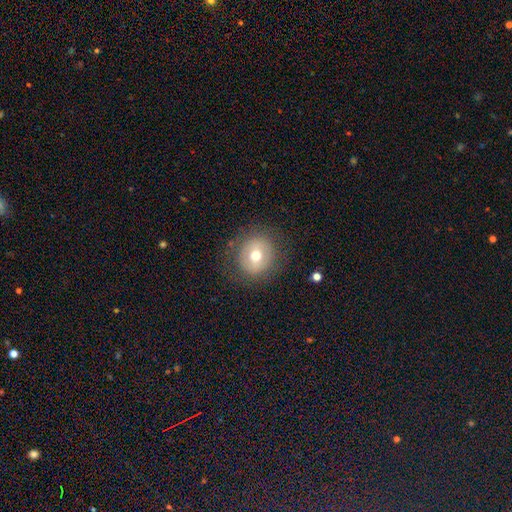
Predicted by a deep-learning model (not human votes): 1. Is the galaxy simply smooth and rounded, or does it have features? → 60% smooth, 30% featured or disk, 10% star or artifact.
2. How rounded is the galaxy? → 86% round, 13% in between, 1% cigar-shaped.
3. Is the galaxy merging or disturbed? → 81% none, 11% minor disturbance, 6% major disturbance, 1% merger.